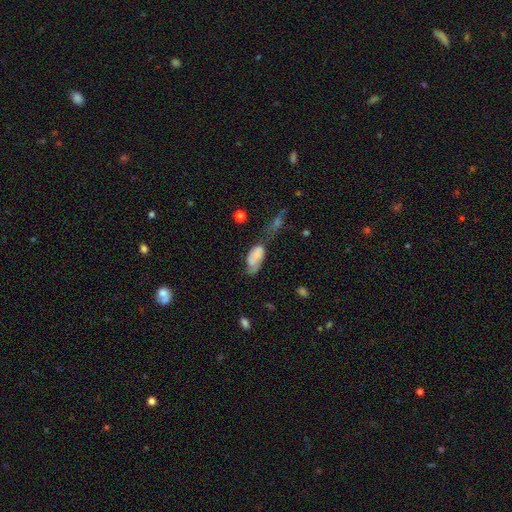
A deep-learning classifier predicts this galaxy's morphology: Smooth or featured?
  - smooth: 66% *
  - featured or disk: 25%
  - star or artifact: 9%
How rounded?
  - in between: 90% *
  - cigar-shaped: 6%
  - round: 3%
Merging?
  - none: 29% *
  - minor disturbance: 27%
  - major disturbance: 24%
  - merger: 20%